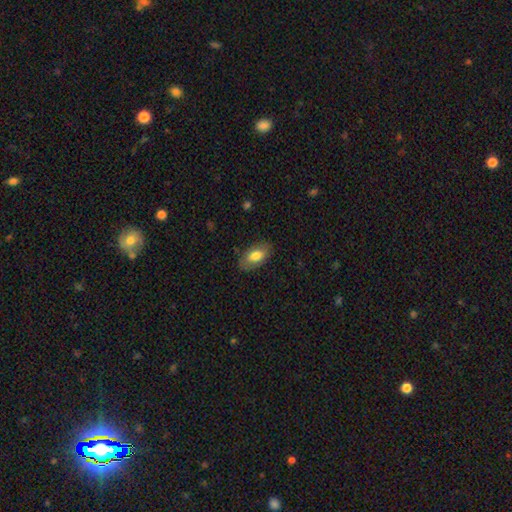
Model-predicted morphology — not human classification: smooth_or_featured: smooth (p=0.77) [alt: featured or disk p=0.16]
how_rounded: in between (p=0.93) [alt: round p=0.04]
merging: none (p=0.84) [alt: minor disturbance p=0.12]